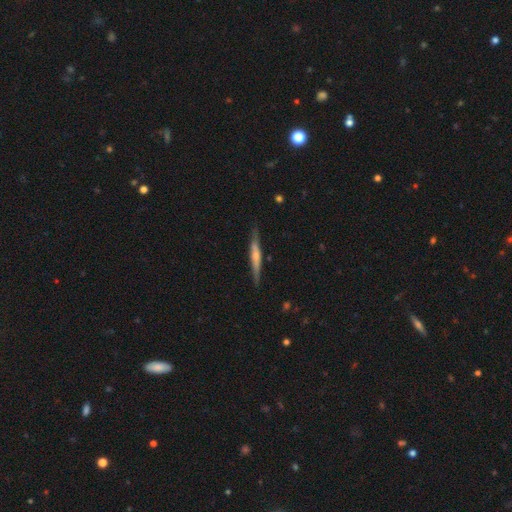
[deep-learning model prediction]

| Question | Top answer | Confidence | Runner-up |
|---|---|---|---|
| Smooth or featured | featured or disk | 53% | smooth (42%) |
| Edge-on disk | yes | 95% | no (5%) |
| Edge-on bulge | rounded | 50% | none (34%) |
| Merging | none | 84% | minor disturbance (12%) |